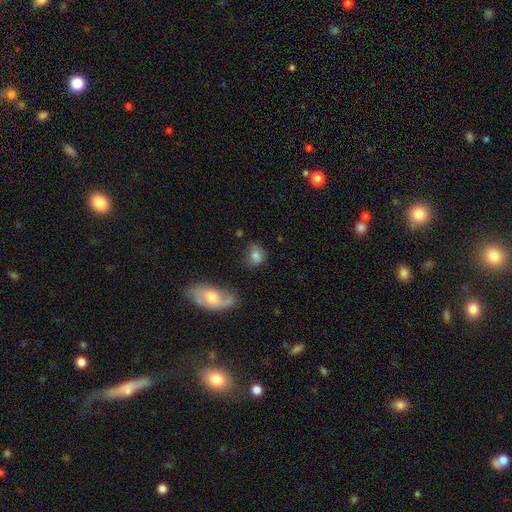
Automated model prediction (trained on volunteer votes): Smooth or featured? smooth (77%)
How rounded? in between (55%)
Merging? none (61%)